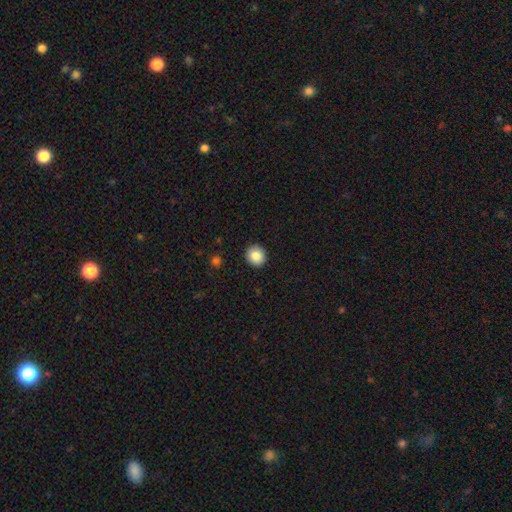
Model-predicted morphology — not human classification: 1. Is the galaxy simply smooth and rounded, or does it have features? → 85% smooth, 8% star or artifact, 7% featured or disk.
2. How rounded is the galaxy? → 87% round, 12% in between, 1% cigar-shaped.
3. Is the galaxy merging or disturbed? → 92% none, 5% minor disturbance, 2% major disturbance, 1% merger.